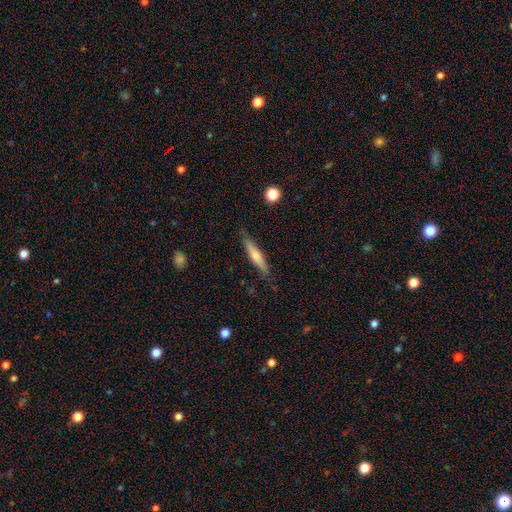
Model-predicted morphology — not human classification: smooth 60%, featured or disk 34%, star or artifact 6%. Down the decision tree: how rounded — cigar-shaped (87%); merging — none (82%).